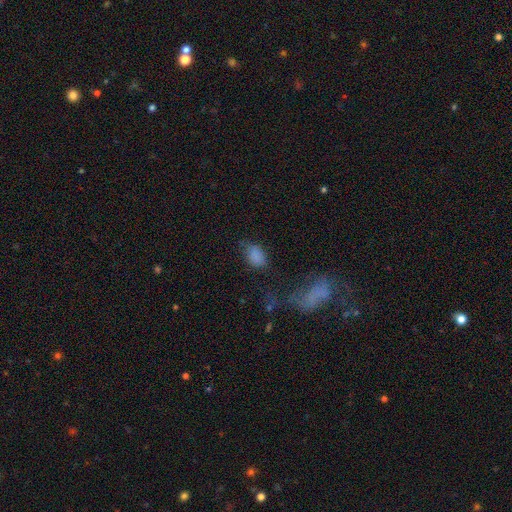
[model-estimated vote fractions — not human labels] Morphology: type=smooth (79%); roundness=in between (86%); merging=none (56%).